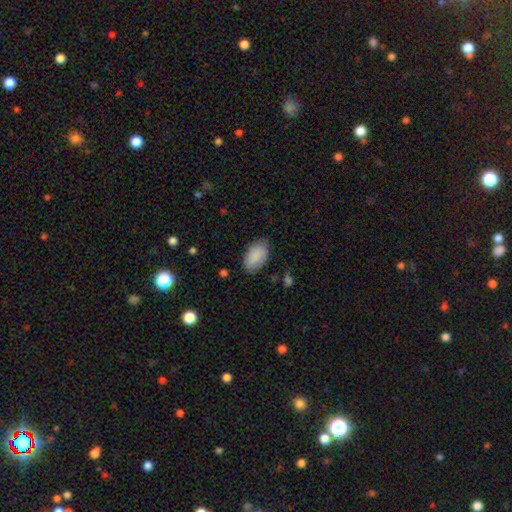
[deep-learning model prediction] A smooth galaxy with no disk features (89%) that is in between round and cigar-shaped (94%).

Vote fractions:
- Smooth or featured? smooth: 89% / star or artifact: 6% / featured or disk: 5%
- How rounded? in between: 94% / round: 5% / cigar-shaped: 1%
- Merging? none: 81% / minor disturbance: 14% / major disturbance: 3% / merger: 1%